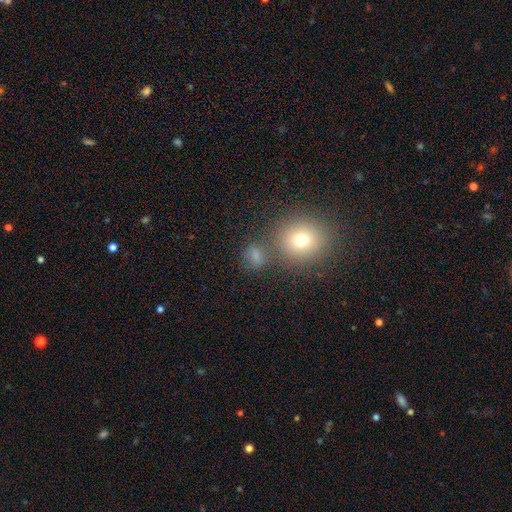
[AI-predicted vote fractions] Morphology: type=smooth (70%); roundness=round (60%); merging=none (64%).